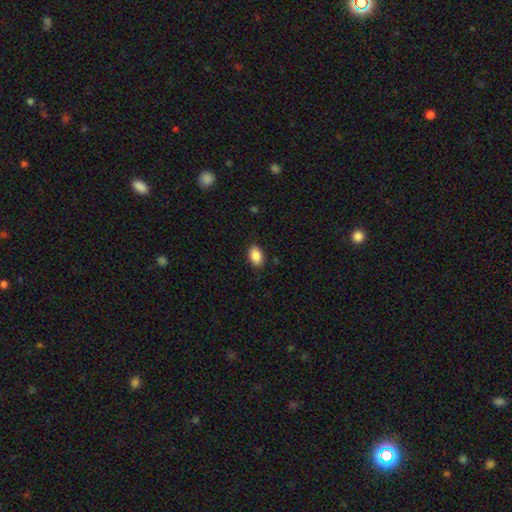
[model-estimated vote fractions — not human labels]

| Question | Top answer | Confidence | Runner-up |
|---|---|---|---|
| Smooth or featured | smooth | 88% | star or artifact (8%) |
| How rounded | in between | 90% | round (8%) |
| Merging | none | 86% | minor disturbance (11%) |